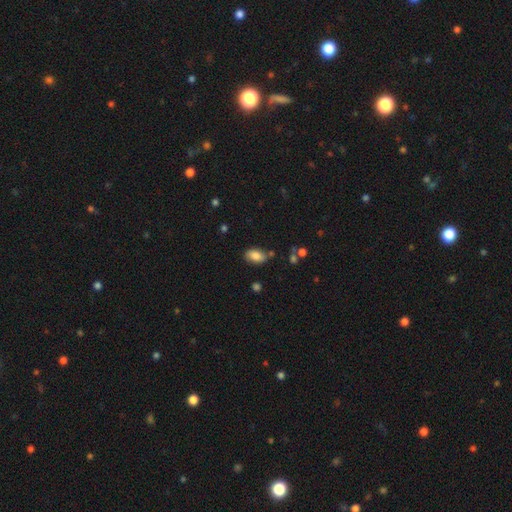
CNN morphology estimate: smooth_or_featured: smooth (p=0.83) [alt: featured or disk p=0.09]
how_rounded: in between (p=0.92) [alt: round p=0.06]
merging: none (p=0.75) [alt: minor disturbance p=0.17]